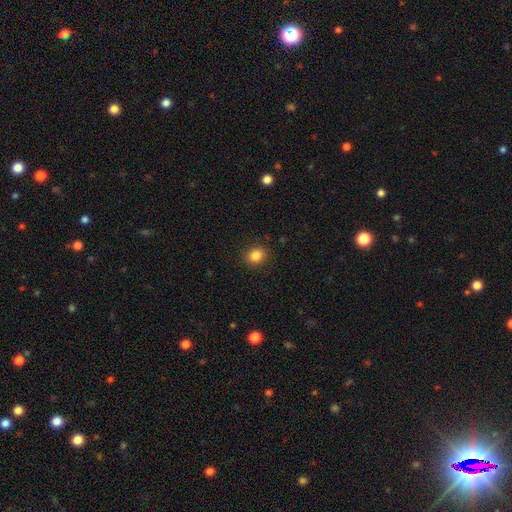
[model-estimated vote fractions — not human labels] The model was most divided on "how rounded": round: 66%, in between: 33%, cigar-shaped: 1%. More confident: merging — none (89%); smooth or featured — smooth (85%).